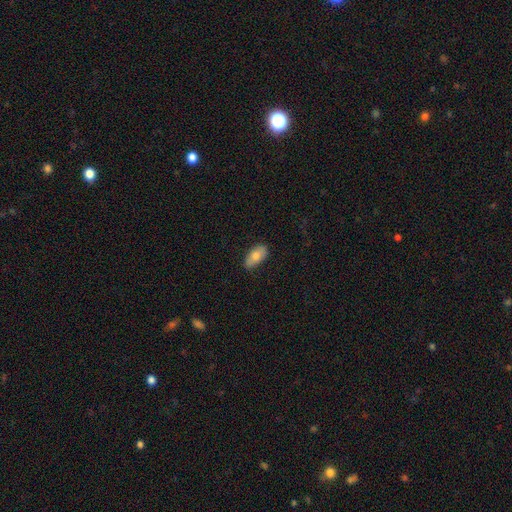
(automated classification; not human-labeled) smooth-or-featured: smooth: 74% | featured or disk: 19% | star or artifact: 7%
  how-rounded: in between: 92% | cigar-shaped: 4% | round: 4%
  merging: none: 78% | minor disturbance: 18% | major disturbance: 3% | merger: 1%